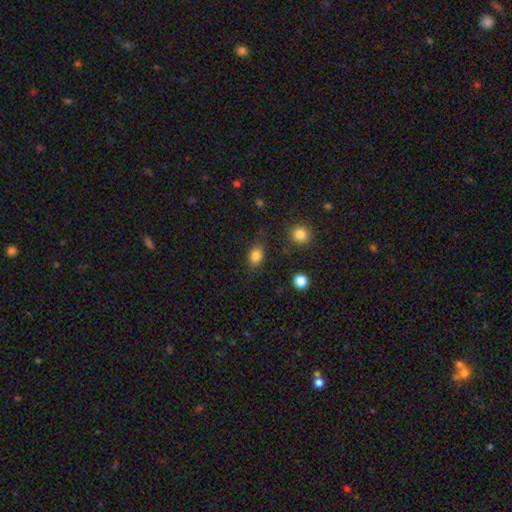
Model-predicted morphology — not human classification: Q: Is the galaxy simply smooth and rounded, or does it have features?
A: smooth — 84%.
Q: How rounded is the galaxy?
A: in between — 69%.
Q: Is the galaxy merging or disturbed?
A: none — 80%.